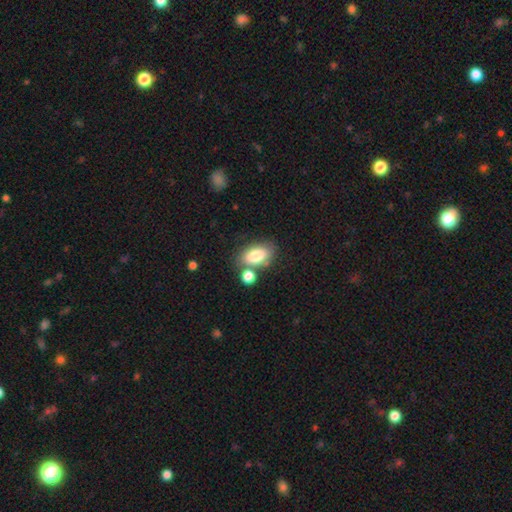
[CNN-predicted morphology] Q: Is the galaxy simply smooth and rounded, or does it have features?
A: smooth — 82%.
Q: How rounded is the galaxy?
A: in between — 89%.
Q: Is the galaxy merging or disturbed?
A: none — 61%.